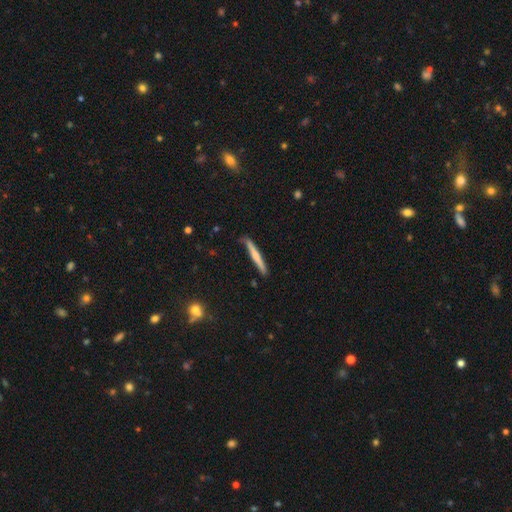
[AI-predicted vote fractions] A smooth galaxy with no disk features (49%). Merging: none (83%).